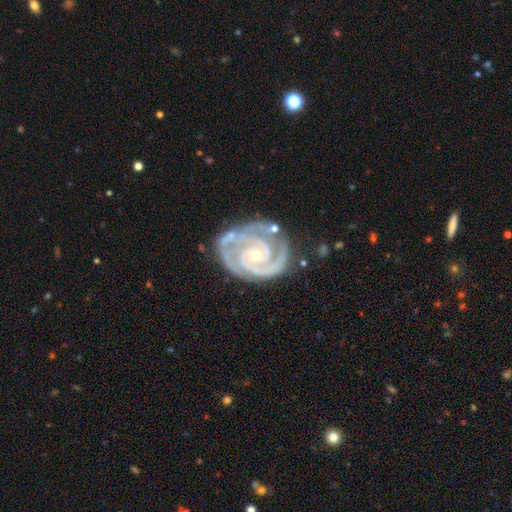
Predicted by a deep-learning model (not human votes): Morphology: type=featured or disk (93%); edge-on=no (98%); bar=no (62%); spiral arms=yes (99%); winding=tight (76%); arm count=2 (64%); bulge=small (70%); merging=none (70%).